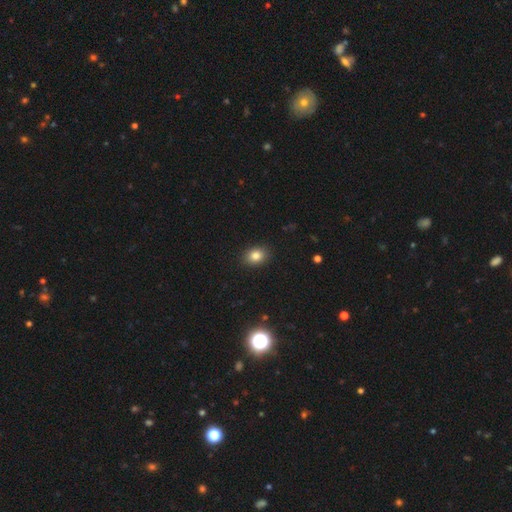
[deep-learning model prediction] Smooth or featured? Predicted: smooth (p=0.83). How rounded? Predicted: in between (p=0.61). Merging? Predicted: none (p=0.89).